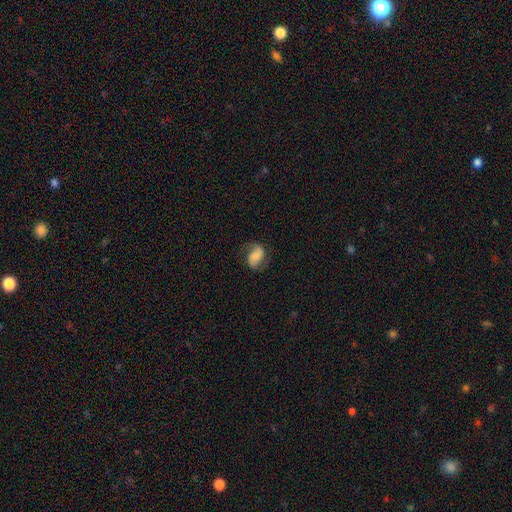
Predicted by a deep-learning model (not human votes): featured or disk 58%, smooth 33%, star or artifact 9%. Down the decision tree: edge-on disk — no (97%); bar — no (47%); spiral arms — yes (92%); spiral arm count — 2 (87%); spiral winding — loose (48%); bulge size — none (34%); merging — none (69%).